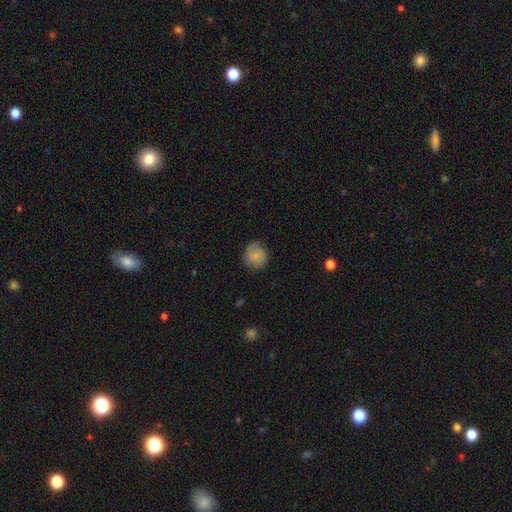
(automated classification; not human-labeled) This is likely a smooth galaxy (73%). How rounded: clearly round (83%). Merging: likely none (77%).